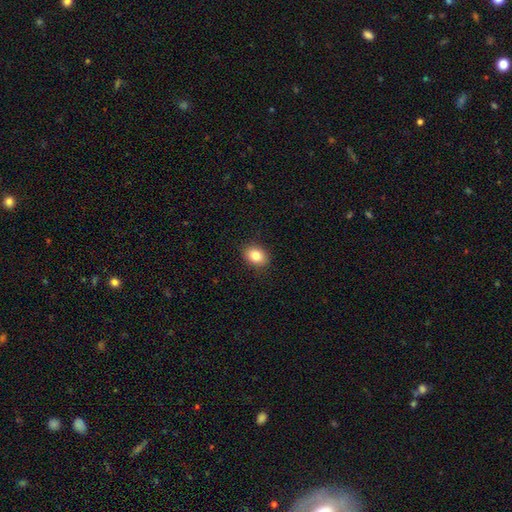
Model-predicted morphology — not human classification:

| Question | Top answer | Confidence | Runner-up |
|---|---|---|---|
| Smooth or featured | smooth | 84% | star or artifact (9%) |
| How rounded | in between | 61% | round (38%) |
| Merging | none | 90% | minor disturbance (8%) |